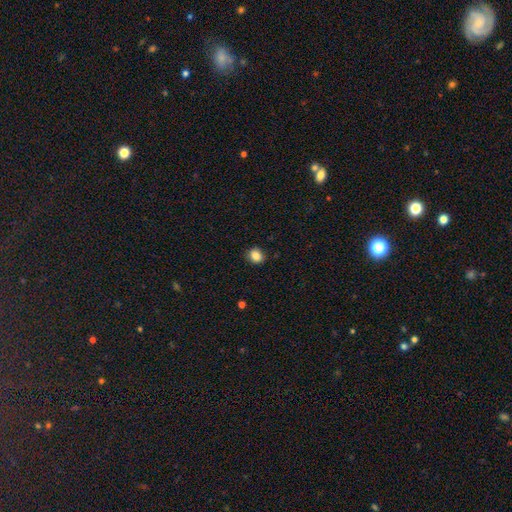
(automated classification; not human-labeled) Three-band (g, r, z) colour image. It shows a smooth galaxy with no disk features (86%) that is round (66%). Merging: none (87%).